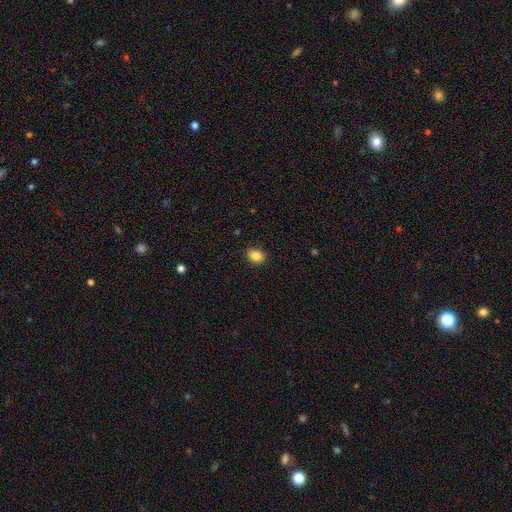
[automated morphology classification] smooth 86%, star or artifact 10%, featured or disk 5%. Down the decision tree: how rounded — in between (57%); merging — none (88%).